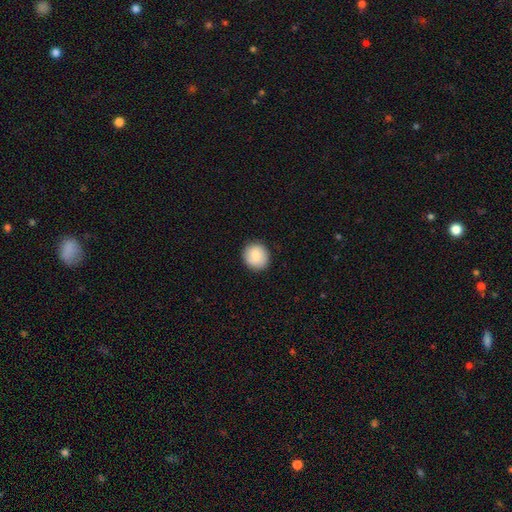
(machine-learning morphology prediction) smooth-or-featured: smooth: 86% | featured or disk: 7% | star or artifact: 7%
  how-rounded: round: 90% | in between: 9% | cigar-shaped: 1%
  merging: none: 90% | minor disturbance: 7% | major disturbance: 2% | merger: 1%